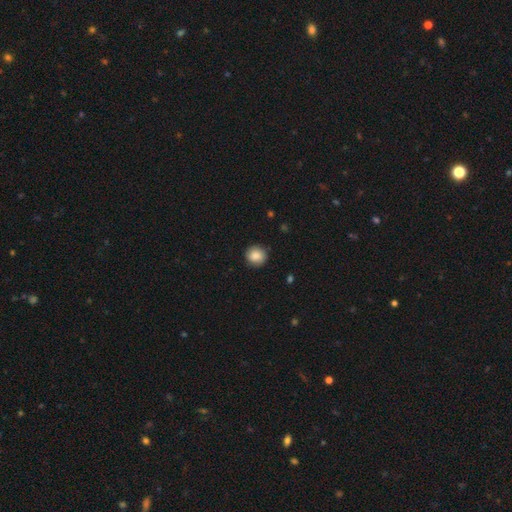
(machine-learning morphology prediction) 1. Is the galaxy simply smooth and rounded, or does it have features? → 83% smooth, 10% featured or disk, 8% star or artifact.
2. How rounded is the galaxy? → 89% round, 10% in between, 1% cigar-shaped.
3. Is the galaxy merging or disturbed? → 86% none, 10% minor disturbance, 2% major disturbance, 1% merger.